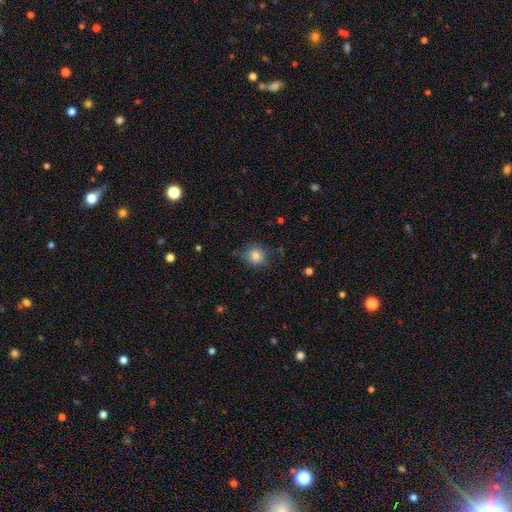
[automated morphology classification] The model was most divided on "merging": none: 72%, minor disturbance: 21%, major disturbance: 5%, merger: 2%. More confident: smooth or featured — smooth (81%); how rounded — round (79%).